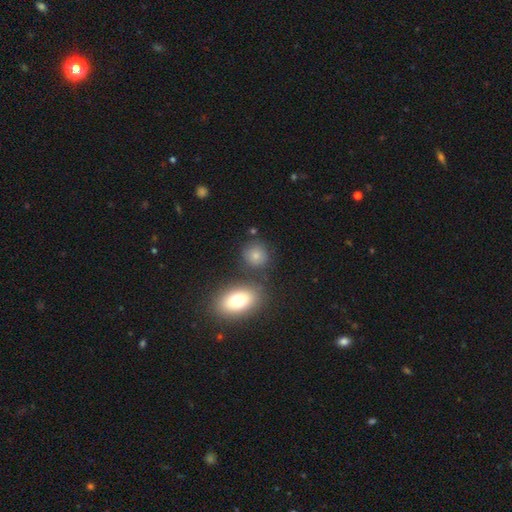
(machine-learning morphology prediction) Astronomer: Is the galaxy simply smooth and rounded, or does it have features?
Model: smooth — 79%.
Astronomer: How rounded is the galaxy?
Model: round — 80%.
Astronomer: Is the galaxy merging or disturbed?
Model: none — 75%.